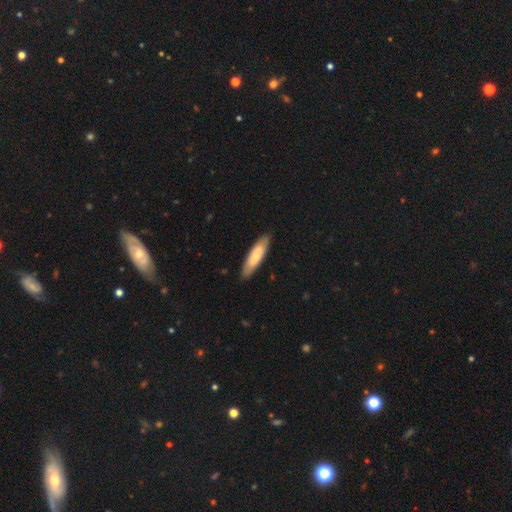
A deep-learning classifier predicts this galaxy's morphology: This is likely a smooth galaxy (67%). How rounded: likely cigar-shaped (67%). Merging: clearly none (87%).